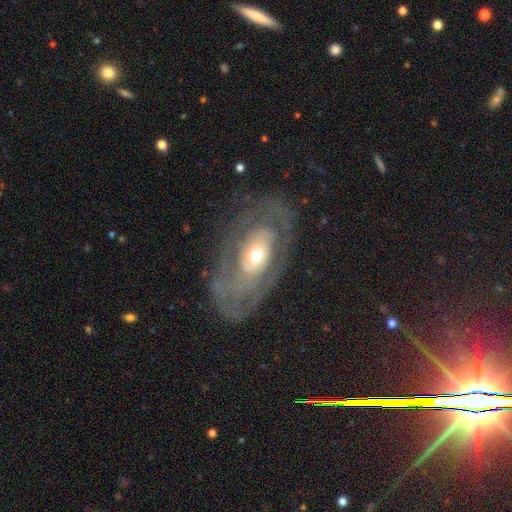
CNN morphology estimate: Overall: featured or disk (74%). Edge-on disk: no (93%). Bar: no (77%). Spiral arms: yes (61%; no 39%). Bulge size: moderate (56%; small 35%). Merging: none (66%).